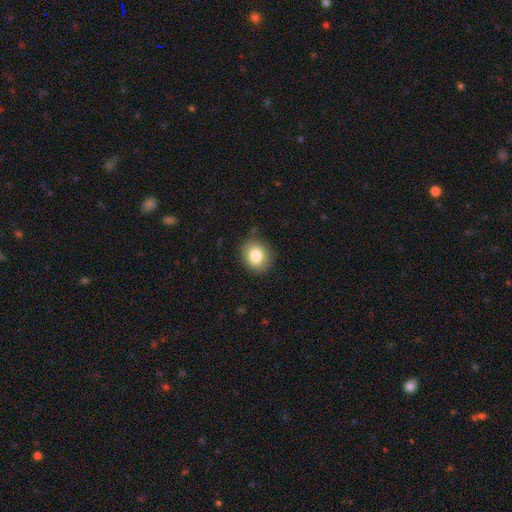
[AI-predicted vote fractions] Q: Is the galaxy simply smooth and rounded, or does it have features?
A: smooth — 82%.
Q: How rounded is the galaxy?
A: round — 62%.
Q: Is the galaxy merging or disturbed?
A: none — 85%.